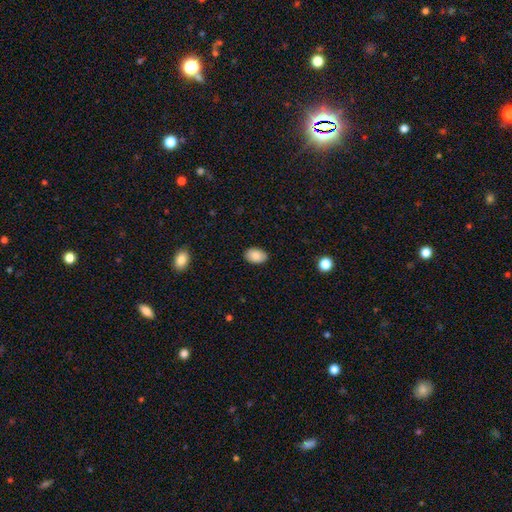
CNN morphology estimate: A smooth galaxy with no disk features (86%) that is in between round and cigar-shaped (88%).

Vote fractions:
- Smooth or featured? smooth: 86% / star or artifact: 7% / featured or disk: 6%
- How rounded? in between: 88% / round: 11% / cigar-shaped: 1%
- Merging? none: 88% / minor disturbance: 9% / major disturbance: 2% / merger: 1%